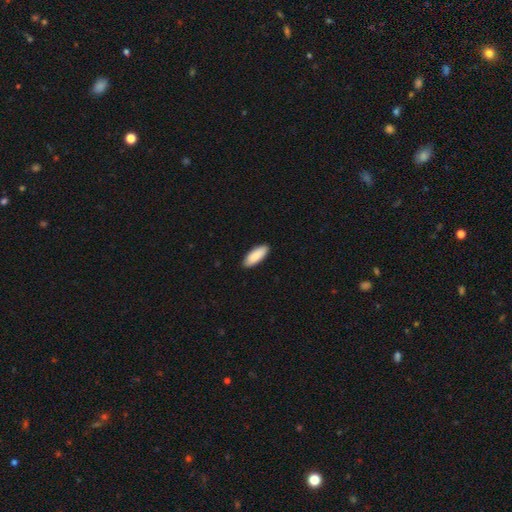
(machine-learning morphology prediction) A smooth galaxy with no disk features (90%) that is in between round and cigar-shaped (76%). Merging: none (90%).